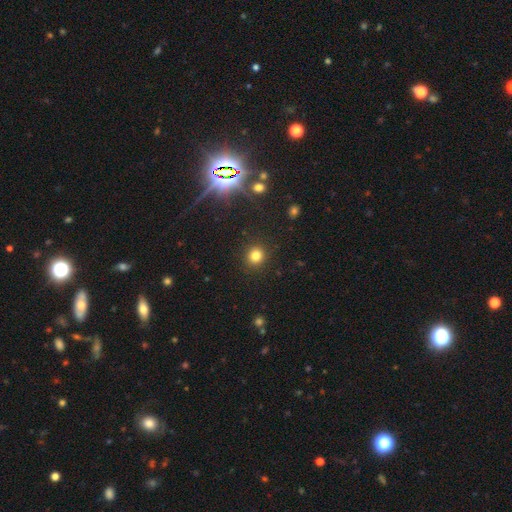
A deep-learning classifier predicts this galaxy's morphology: This is likely a smooth galaxy (79%). How rounded: clearly round (84%). Merging: clearly none (90%).